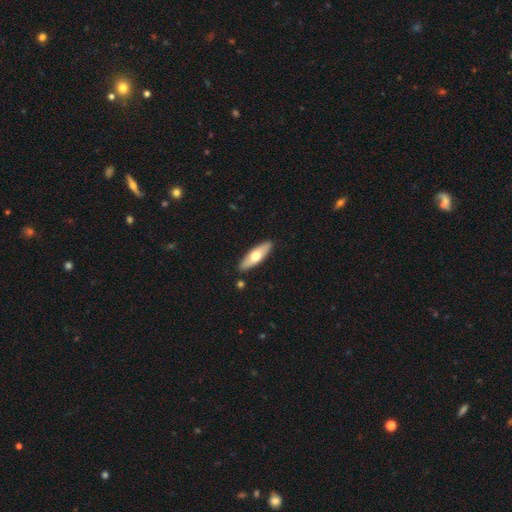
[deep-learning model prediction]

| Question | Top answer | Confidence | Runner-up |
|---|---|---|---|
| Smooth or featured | smooth | 60% | featured or disk (35%) |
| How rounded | in between | 50% | cigar-shaped (48%) |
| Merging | none | 88% | minor disturbance (8%) |